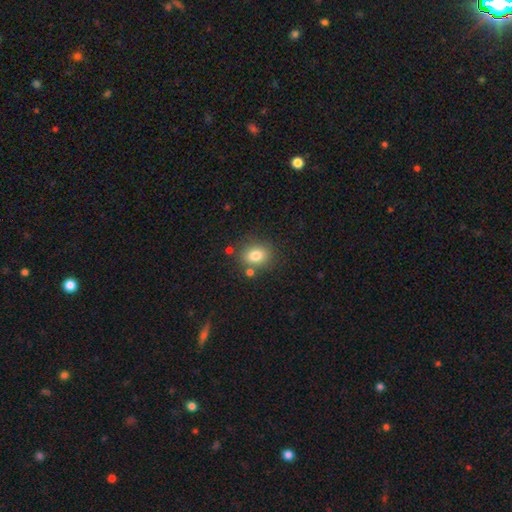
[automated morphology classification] The model was most divided on "how rounded": round: 58%, in between: 41%, cigar-shaped: 1%. More confident: smooth or featured — smooth (80%); merging — none (76%).